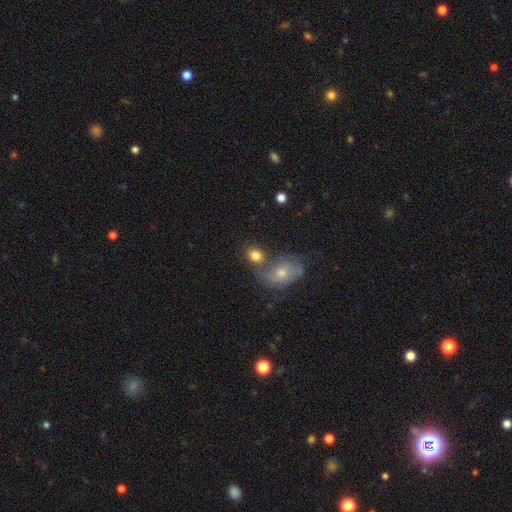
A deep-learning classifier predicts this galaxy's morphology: The model was most divided on "how rounded": in between: 53%, round: 45%, cigar-shaped: 2%. Remaining: smooth or featured — smooth (78%); merging — none (50%).